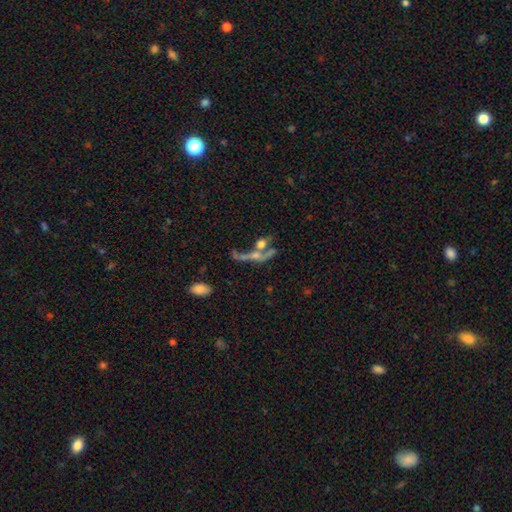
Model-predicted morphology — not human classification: smooth_or_featured: featured or disk (p=0.52) [alt: smooth p=0.26]
disk_edge_on: yes (p=0.50) [tied with: no p=0.50]
merging: merger (p=0.39) [alt: none p=0.37]